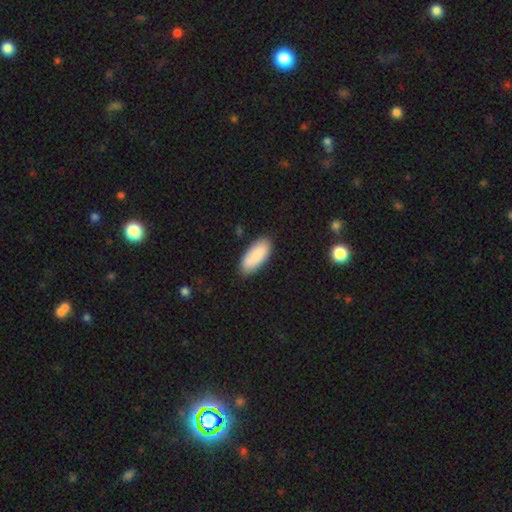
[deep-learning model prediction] This is clearly a smooth galaxy (87%). How rounded: clearly in between (86%). Merging: clearly none (85%).